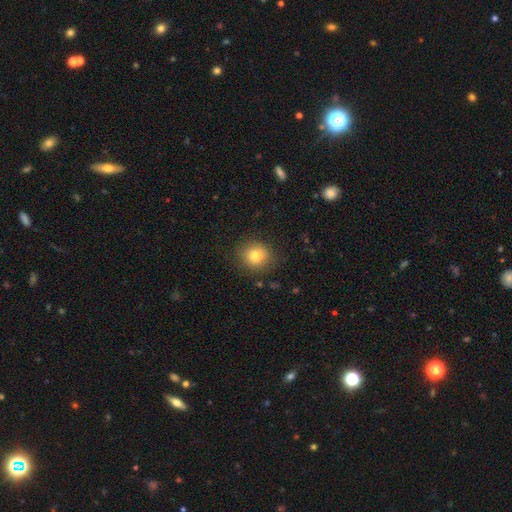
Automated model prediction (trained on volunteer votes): smooth_or_featured: smooth (p=0.80) [alt: star or artifact p=0.11]
how_rounded: round (p=0.86) [alt: in between p=0.13]
merging: none (p=0.87) [alt: minor disturbance p=0.09]